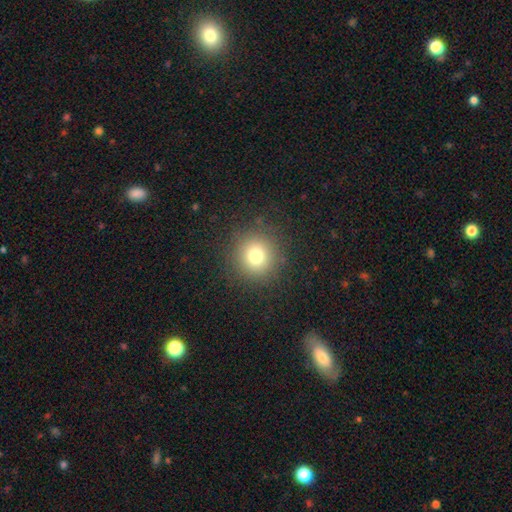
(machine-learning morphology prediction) This is likely a smooth galaxy (75%). How rounded: clearly round (93%). Merging: clearly none (88%).